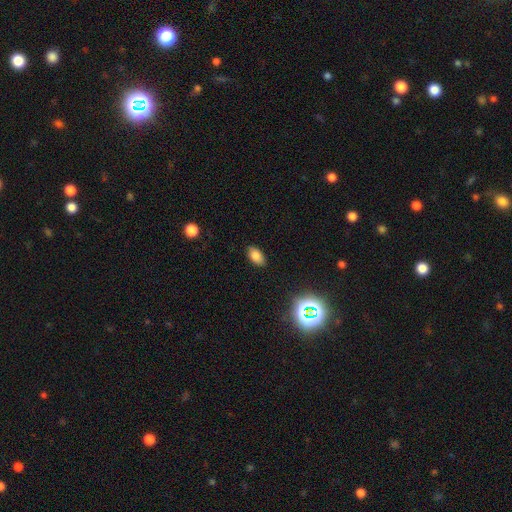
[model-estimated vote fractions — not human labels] Overall: smooth (79%). How rounded: in between (91%). Merging: none (87%).